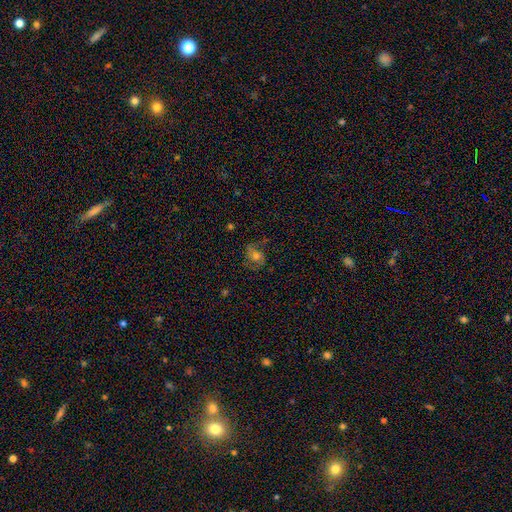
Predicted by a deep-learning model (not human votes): smooth-or-featured: featured or disk: 52% | smooth: 34% | star or artifact: 14%
  disk-edge-on: no: 96% | yes: 4%
    bar: no: 73% | weak: 21% | strong: 6%
    has-spiral-arms: yes: 84% | no: 16%
    bulge-size: moderate: 64% | small: 23% | large: 10% | none: 2% | dominant: 2%
  merging: none: 65% | minor disturbance: 20% | major disturbance: 13% | merger: 2%